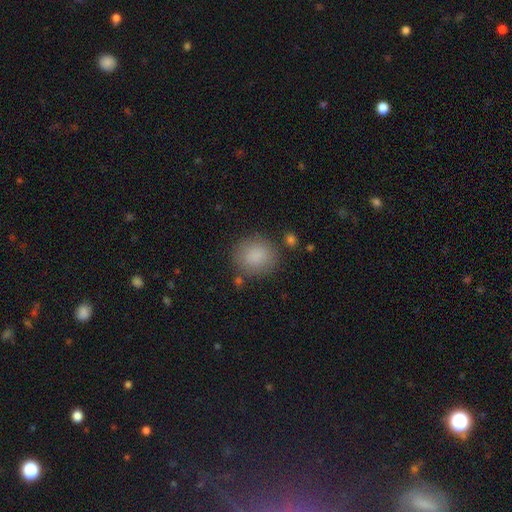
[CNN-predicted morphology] This is clearly a smooth galaxy (86%). How rounded: likely round (78%). Merging: likely none (79%).